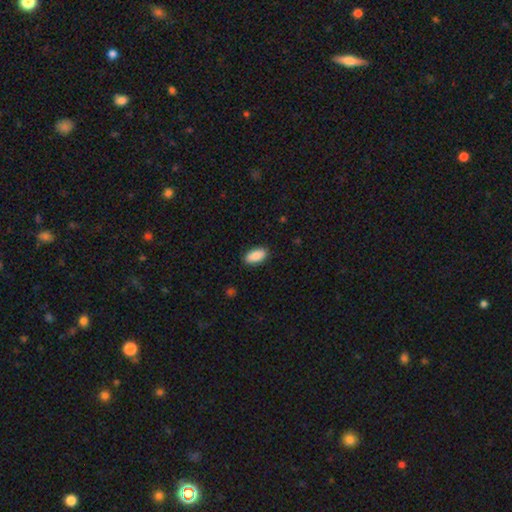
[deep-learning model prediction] smooth_or_featured: smooth (p=0.88) [alt: star or artifact p=0.06]
how_rounded: in between (p=0.93) [alt: cigar-shaped p=0.04]
merging: none (p=0.87) [alt: minor disturbance p=0.10]